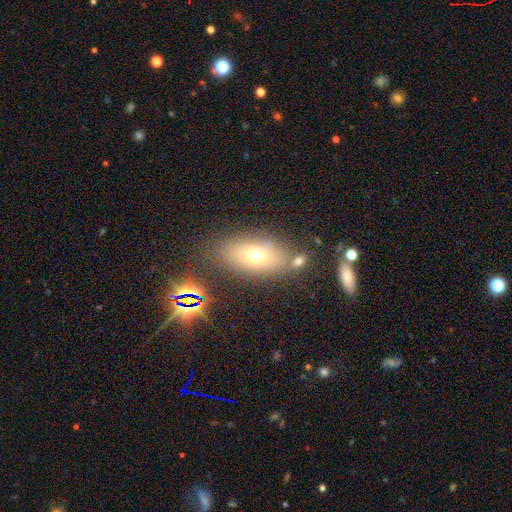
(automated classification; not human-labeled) Q: Smooth or featured?
A: smooth (66%); runner-up: featured or disk (19%)
Q: How rounded?
A: in between (81%); runner-up: round (14%)
Q: Merging?
A: none (70%); runner-up: minor disturbance (13%)